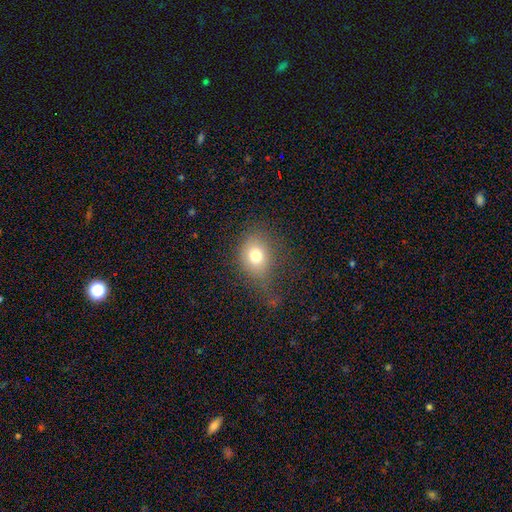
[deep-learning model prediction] Q: Smooth or featured?
A: smooth (75%); runner-up: star or artifact (13%)
Q: How rounded?
A: round (56%); runner-up: in between (43%)
Q: Merging?
A: none (54%); runner-up: minor disturbance (25%)